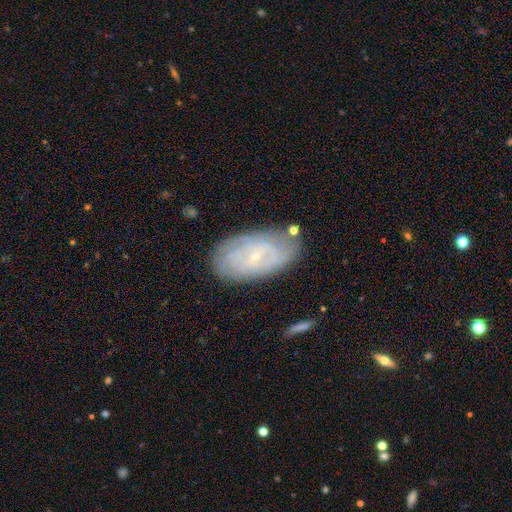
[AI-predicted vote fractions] Smooth or featured? featured or disk (67%)
Edge-on disk? no (94%)
Bar? no (60%)
Spiral arms? yes (79%)
Bulge size? small (86%)
Merging? none (74%)